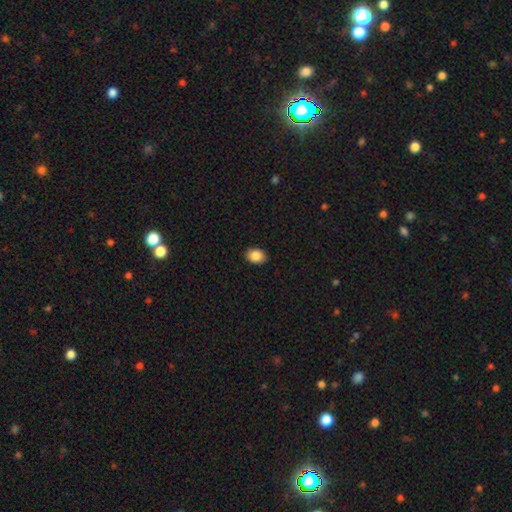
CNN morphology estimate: A smooth galaxy with no disk features (87%) that is in between round and cigar-shaped (75%). Merging: none (89%).